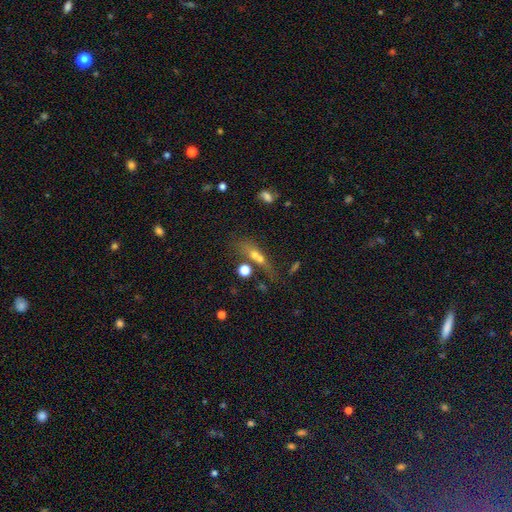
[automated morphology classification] Smooth or featured: smooth — 50% (featured or disk — 30%)
Merging: none — 39% (merger — 37%)